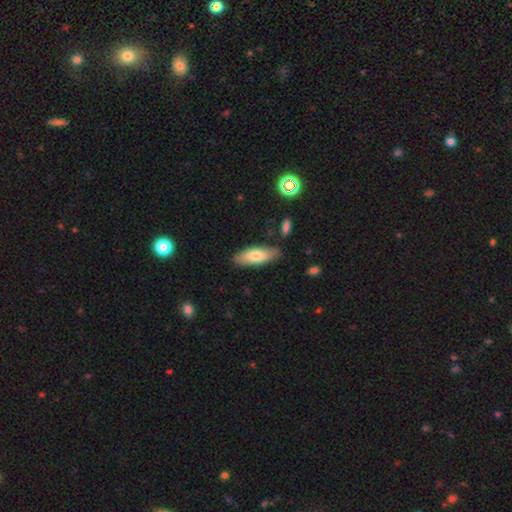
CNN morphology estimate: Smooth or featured? Predicted: smooth (p=0.73). How rounded? Predicted: in between (p=0.67). Merging? Predicted: none (p=0.82).